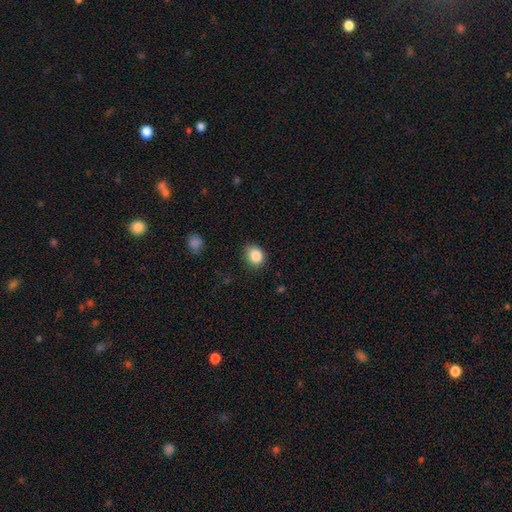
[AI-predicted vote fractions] Smooth or featured? smooth (86%)
How rounded? round (65%)
Merging? none (80%)